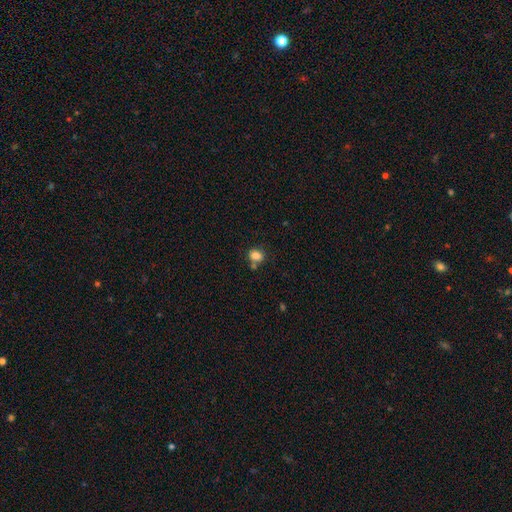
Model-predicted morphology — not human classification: A smooth galaxy with no disk features (82%) that is in between round and cigar-shaped (54%).

Vote fractions:
- Smooth or featured? smooth: 82% / star or artifact: 11% / featured or disk: 7%
- How rounded? in between: 54% / round: 45% / cigar-shaped: 1%
- Merging? none: 61% / merger: 19% / minor disturbance: 15% / major disturbance: 5%